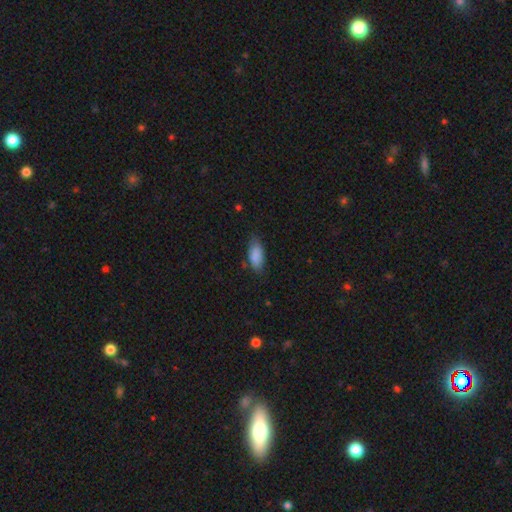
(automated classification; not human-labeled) Q: Smooth or featured?
A: smooth (86%); runner-up: star or artifact (7%)
Q: How rounded?
A: in between (87%); runner-up: cigar-shaped (10%)
Q: Merging?
A: none (69%); runner-up: minor disturbance (24%)